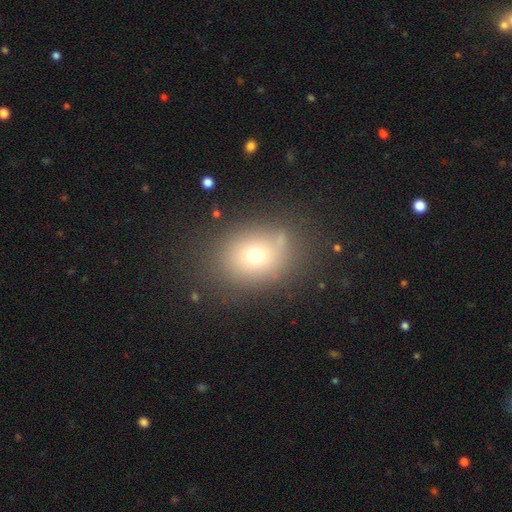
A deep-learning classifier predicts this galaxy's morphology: This is likely a smooth galaxy (66%). How rounded: possibly in between (51%). Merging: likely none (75%).